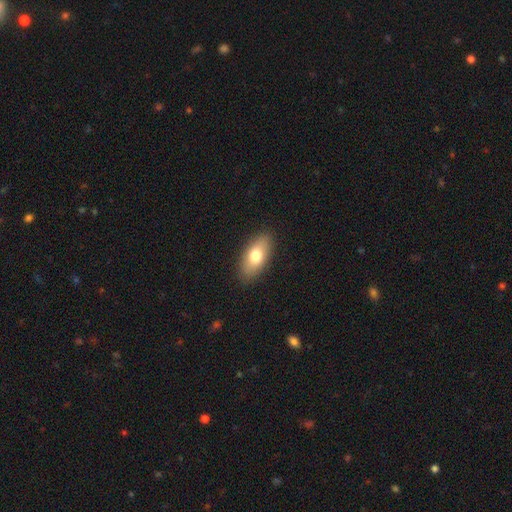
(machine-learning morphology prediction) A smooth galaxy with no disk features (74%) that is in between round and cigar-shaped (88%).

Vote fractions:
- Smooth or featured? smooth: 74% / featured or disk: 19% / star or artifact: 7%
- How rounded? in between: 88% / cigar-shaped: 8% / round: 4%
- Merging? none: 88% / minor disturbance: 9% / major disturbance: 2% / merger: 1%